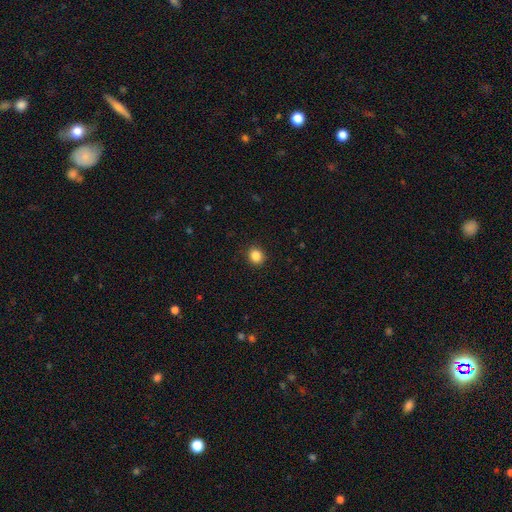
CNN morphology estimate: smooth 86%, star or artifact 11%, featured or disk 4%. Down the decision tree: how rounded — round (83%); merging — none (91%).